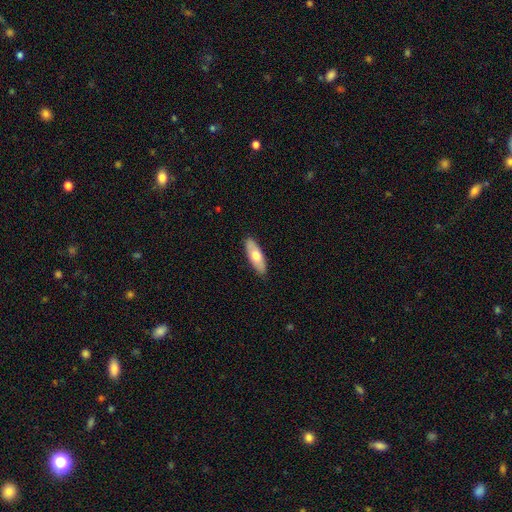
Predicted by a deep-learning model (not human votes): A smooth galaxy with no disk features (63%) that is in between round and cigar-shaped (65%). Merging: none (89%).